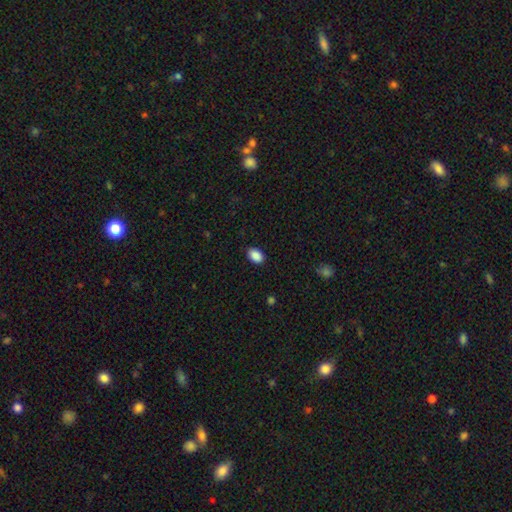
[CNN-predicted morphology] This is clearly a smooth galaxy (89%). How rounded: clearly in between (84%). Merging: clearly none (88%).